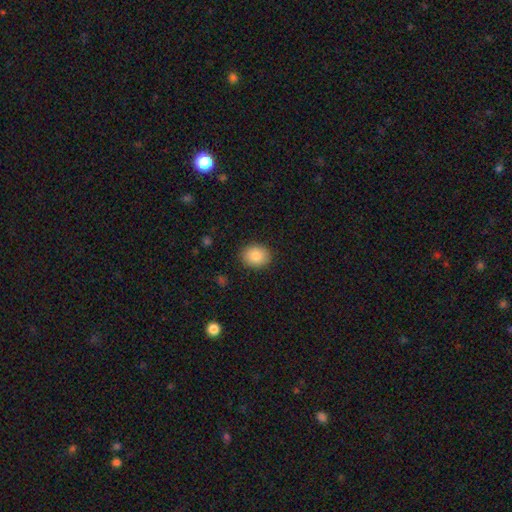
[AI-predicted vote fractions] A smooth galaxy with no disk features (84%) that is round (60%). Merging: none (89%).